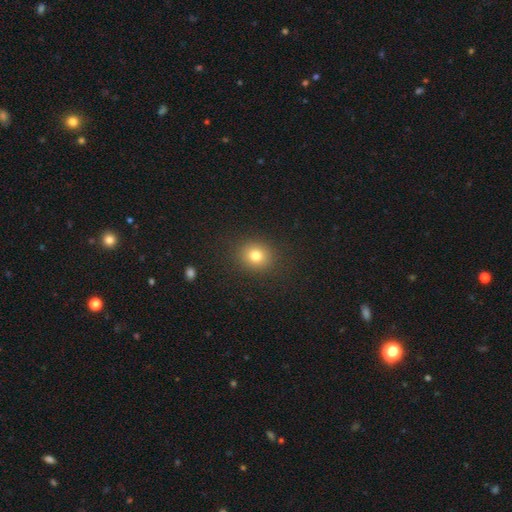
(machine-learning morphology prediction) This is likely a smooth galaxy (80%). How rounded: clearly round (80%). Merging: clearly none (89%).